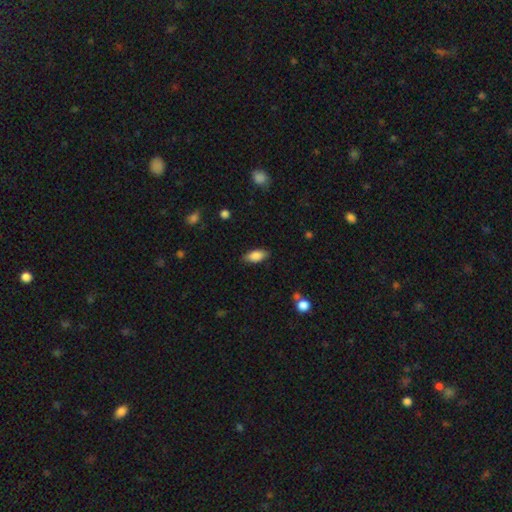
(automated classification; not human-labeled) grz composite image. It shows a smooth galaxy with no disk features (85%) that is in between round and cigar-shaped (88%). Merging: none (84%).